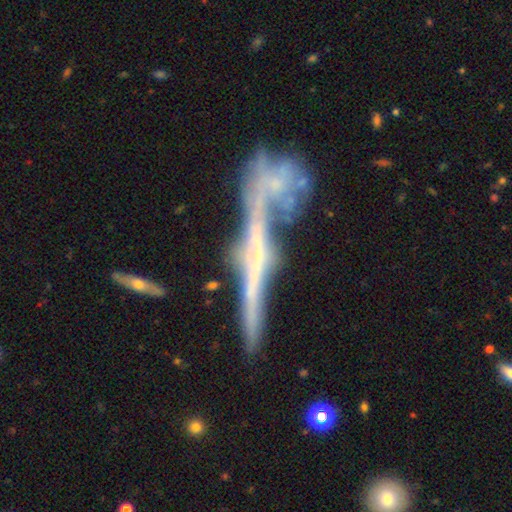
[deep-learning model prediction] featured or disk 73%, smooth 17%, star or artifact 9%. Down the decision tree: edge-on disk — yes (87%); edge-on bulge — none (58%); merging — none (38%, tied with merger).